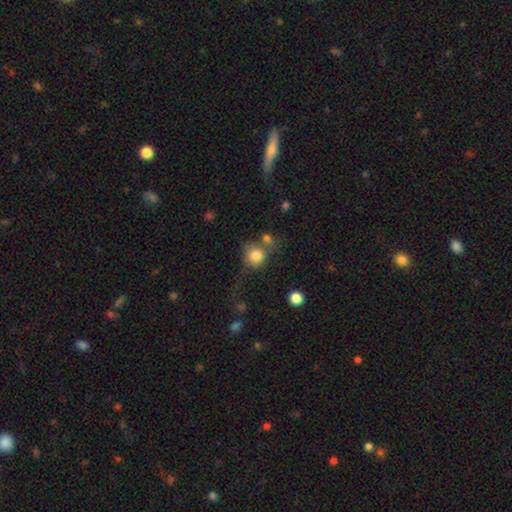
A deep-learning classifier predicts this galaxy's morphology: A smooth galaxy with no disk features (80%) that is round (86%).

Vote fractions:
- Smooth or featured? smooth: 80% / star or artifact: 10% / featured or disk: 10%
- How rounded? round: 86% / in between: 13% / cigar-shaped: 1%
- Merging? none: 47% / merger: 25% / minor disturbance: 15% / major disturbance: 12%